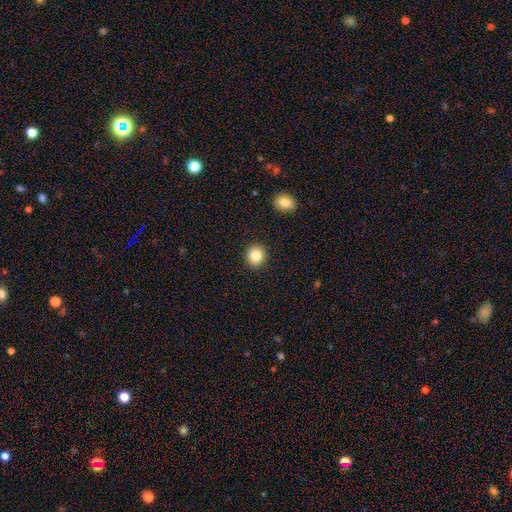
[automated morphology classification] Smooth or featured? smooth (84%)
How rounded? round (85%)
Merging? none (91%)